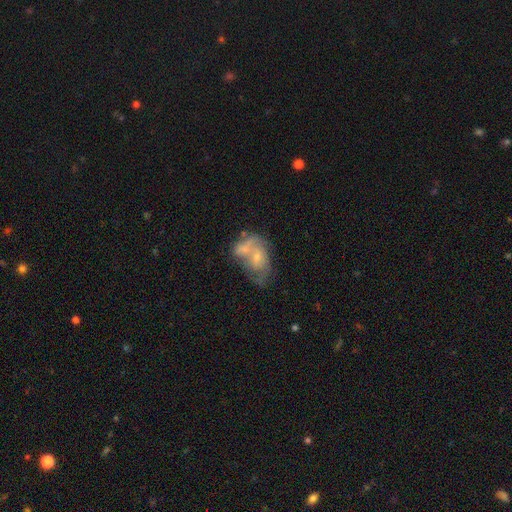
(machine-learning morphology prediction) Q: Smooth or featured?
A: featured or disk (51%); runner-up: smooth (40%)
Q: Edge-on disk?
A: no (96%); runner-up: yes (4%)
Q: Merging?
A: merger (50%); runner-up: none (20%)